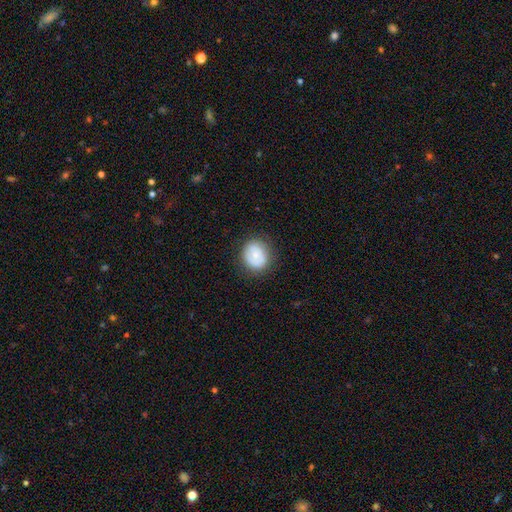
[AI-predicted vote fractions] A smooth galaxy with no disk features (67%) that is round (70%). Merging: none (78%).